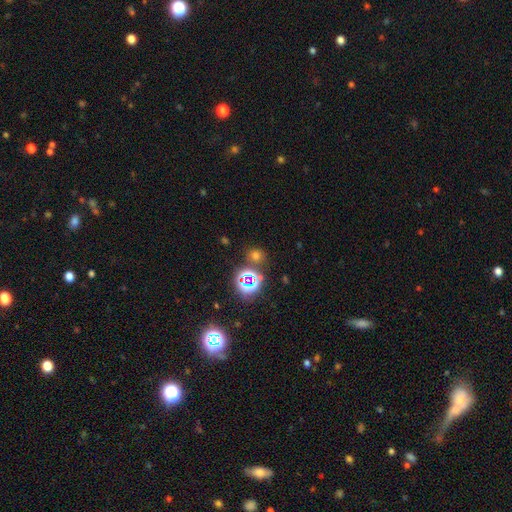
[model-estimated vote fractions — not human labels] Smooth or featured: smooth — 56% (star or artifact — 36%)
How rounded: round — 77% (in between — 22%)
Merging: none — 77% (minor disturbance — 10%)